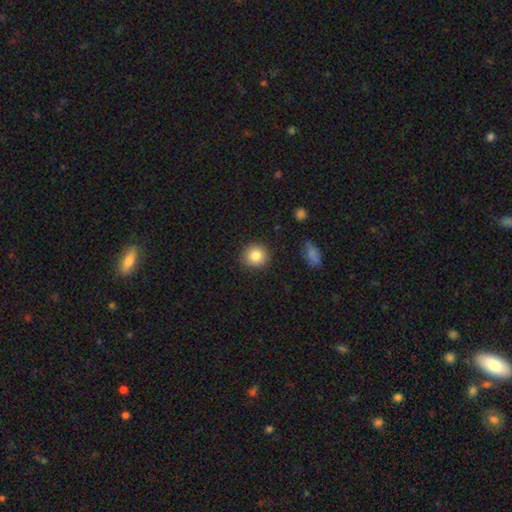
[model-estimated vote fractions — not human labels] smooth_or_featured: smooth (p=0.85) [alt: star or artifact p=0.09]
how_rounded: round (p=0.91) [alt: in between p=0.08]
merging: none (p=0.89) [alt: minor disturbance p=0.07]